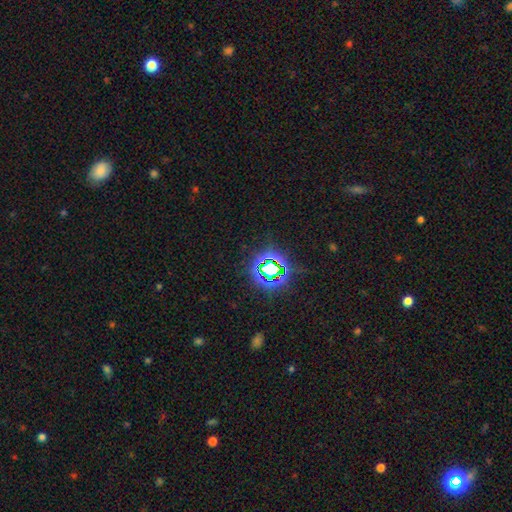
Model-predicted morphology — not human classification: This appears to be a star or artifact, not a galaxy (79%).